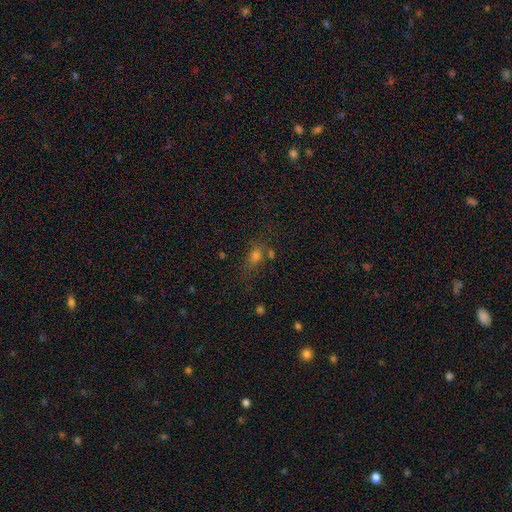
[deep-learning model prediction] Smooth or featured? Predicted: smooth (p=0.62). How rounded? Predicted: in between (p=0.60). Merging? Predicted: none (p=0.60).